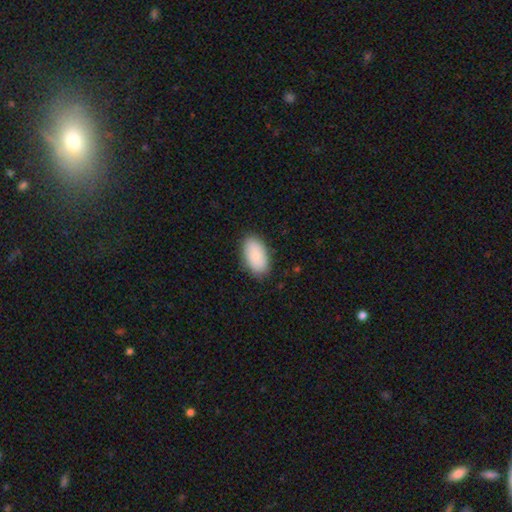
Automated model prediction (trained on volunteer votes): Overall: smooth (83%). How rounded: in between (94%). Merging: none (85%).